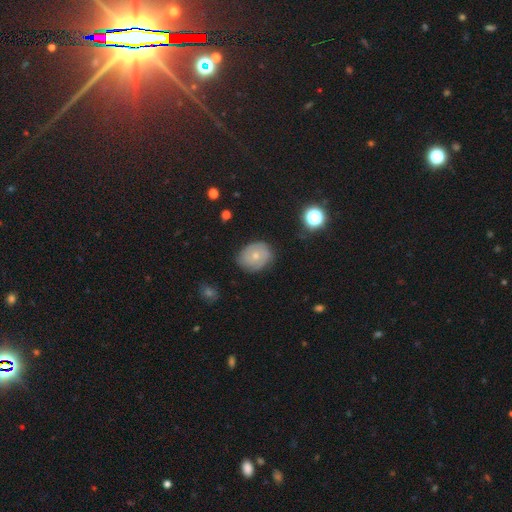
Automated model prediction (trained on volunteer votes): Smooth or featured? Predicted: featured or disk (p=0.56). Edge-on disk? Predicted: no (p=0.96). Bar? Predicted: no (p=0.82). Spiral arms? Predicted: yes (p=0.77). Bulge size? Predicted: small (p=0.53). Merging? Predicted: none (p=0.76).